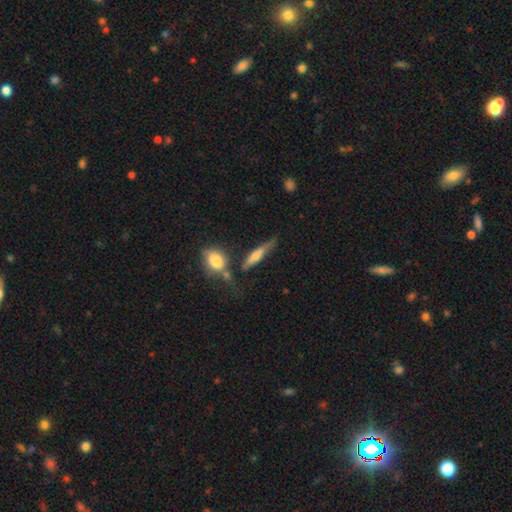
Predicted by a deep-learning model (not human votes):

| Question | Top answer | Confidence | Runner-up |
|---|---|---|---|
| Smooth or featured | smooth | 48% | featured or disk (43%) |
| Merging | none | 55% | minor disturbance (22%) |